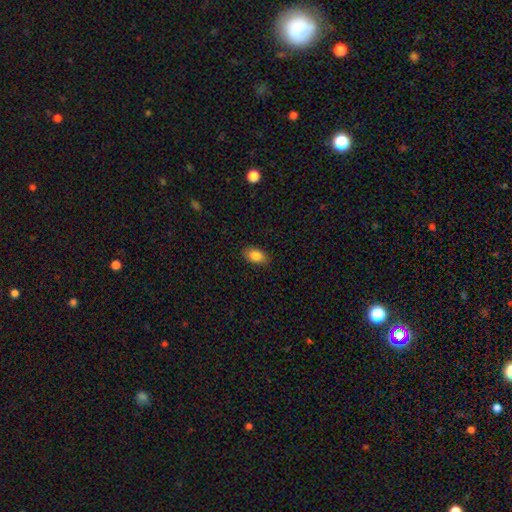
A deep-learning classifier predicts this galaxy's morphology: smooth-or-featured: smooth: 85% | star or artifact: 8% | featured or disk: 7%
  how-rounded: in between: 89% | round: 10% | cigar-shaped: 2%
  merging: none: 86% | minor disturbance: 11% | major disturbance: 2% | merger: 1%